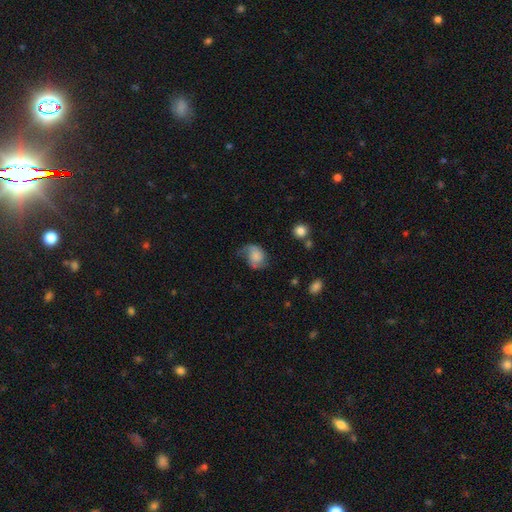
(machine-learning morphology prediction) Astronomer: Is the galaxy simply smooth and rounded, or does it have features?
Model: featured or disk — 48% (runner-up: smooth, 43%).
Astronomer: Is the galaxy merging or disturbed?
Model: none — 44% (runner-up: minor disturbance, 30%).